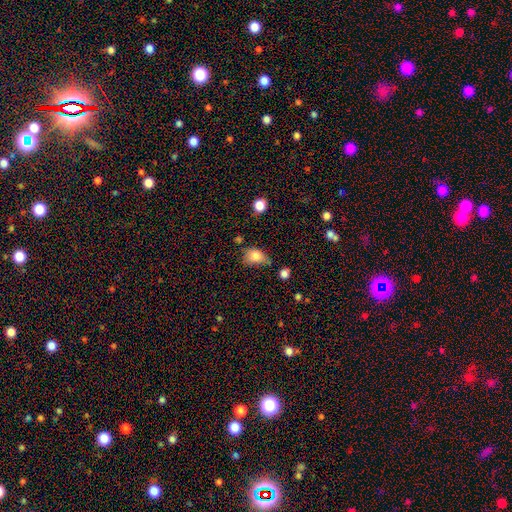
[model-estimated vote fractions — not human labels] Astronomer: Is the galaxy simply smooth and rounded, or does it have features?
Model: smooth — 76%.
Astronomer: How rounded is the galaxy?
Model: in between — 72%.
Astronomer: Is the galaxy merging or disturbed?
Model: minor disturbance — 39% (runner-up: none, 36%).